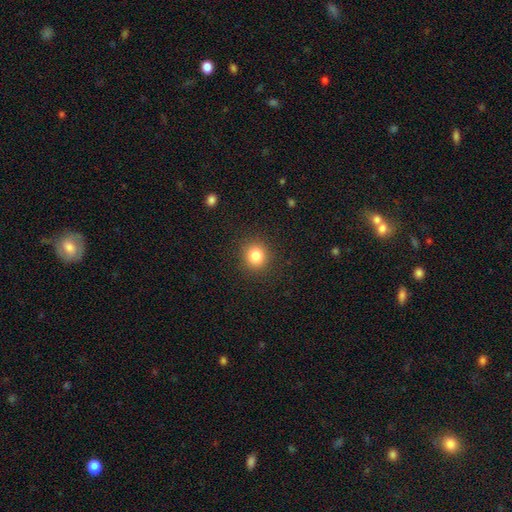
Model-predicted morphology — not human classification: Overall: smooth (83%). How rounded: round (87%). Merging: none (90%).